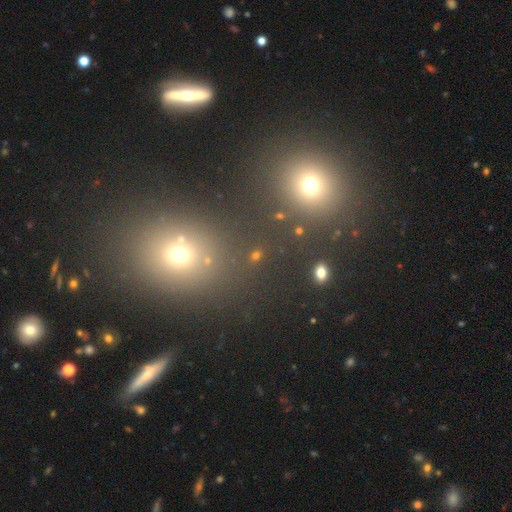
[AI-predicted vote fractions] Smooth or featured? smooth (56%)
How rounded? round (74%)
Merging? none (74%)